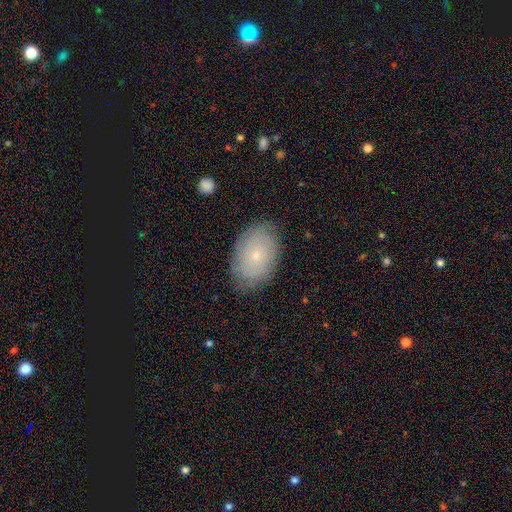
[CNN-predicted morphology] Smooth or featured?
  - smooth: 49% *
  - featured or disk: 42%
  - star or artifact: 10%
Merging?
  - none: 83% *
  - minor disturbance: 13%
  - major disturbance: 3%
  - merger: 1%